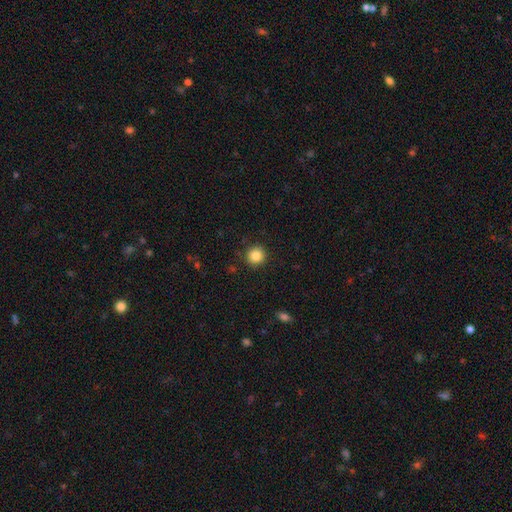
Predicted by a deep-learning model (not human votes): Morphology: type=smooth (85%); roundness=round (94%); merging=none (91%).